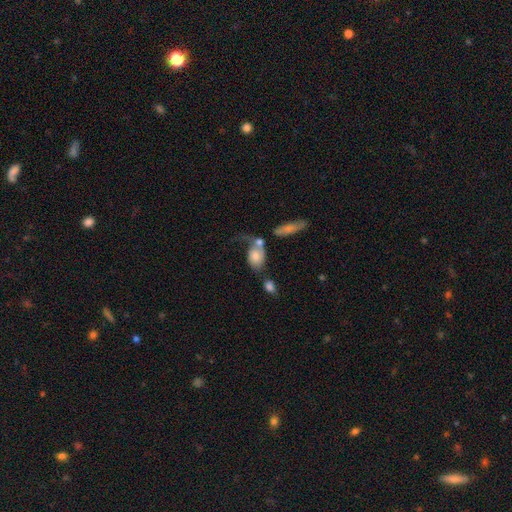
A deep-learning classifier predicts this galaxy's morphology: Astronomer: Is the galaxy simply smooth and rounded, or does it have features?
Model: smooth — 56% (runner-up: featured or disk, 36%).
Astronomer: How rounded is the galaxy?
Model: in between — 72%.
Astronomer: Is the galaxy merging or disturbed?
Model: merger — 36% (runner-up: major disturbance, 29%).